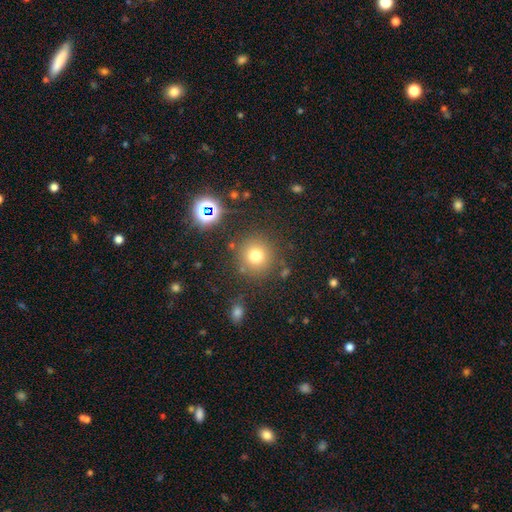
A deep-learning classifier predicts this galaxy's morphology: Smooth or featured?
  - smooth: 74% *
  - star or artifact: 17%
  - featured or disk: 9%
How rounded?
  - round: 94% *
  - in between: 5%
  - cigar-shaped: 1%
Merging?
  - none: 84% *
  - minor disturbance: 8%
  - merger: 4%
  - major disturbance: 4%